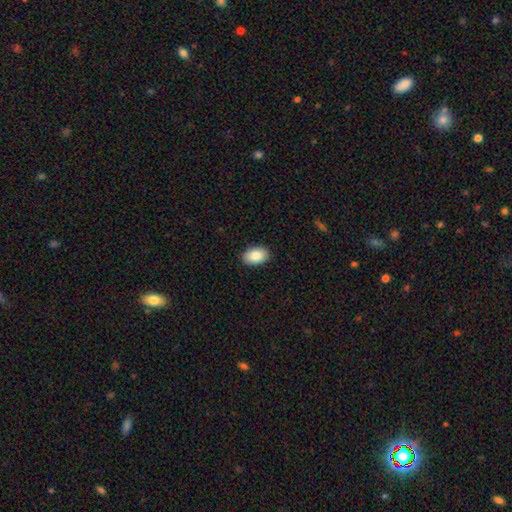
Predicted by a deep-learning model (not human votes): Smooth or featured: smooth — 86% (featured or disk — 7%)
How rounded: in between — 90% (round — 9%)
Merging: none — 90% (minor disturbance — 7%)